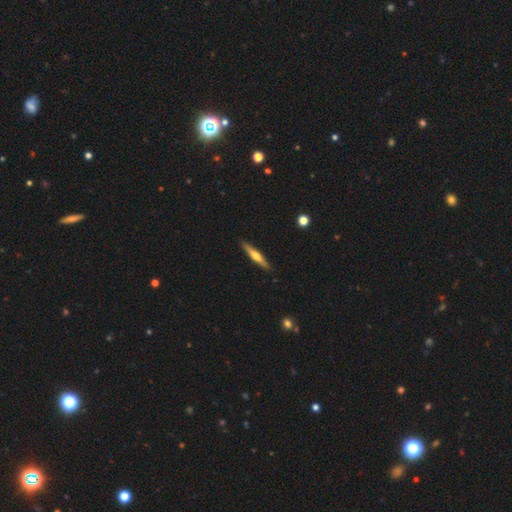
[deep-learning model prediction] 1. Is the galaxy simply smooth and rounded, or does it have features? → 55% featured or disk, 39% smooth, 6% star or artifact.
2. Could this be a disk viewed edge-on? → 96% yes, 4% no.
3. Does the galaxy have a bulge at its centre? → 85% rounded, 9% none, 5% boxy.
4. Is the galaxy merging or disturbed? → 90% none, 7% minor disturbance, 1% major disturbance, 1% merger.